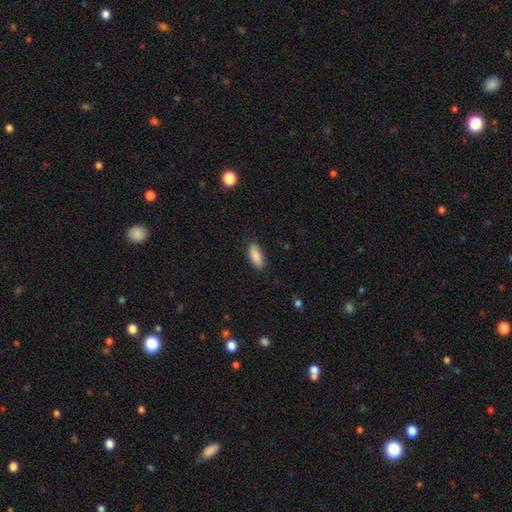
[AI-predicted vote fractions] Smooth or featured: smooth — 89% (star or artifact — 6%)
How rounded: in between — 75% (cigar-shaped — 23%)
Merging: none — 84% (minor disturbance — 12%)